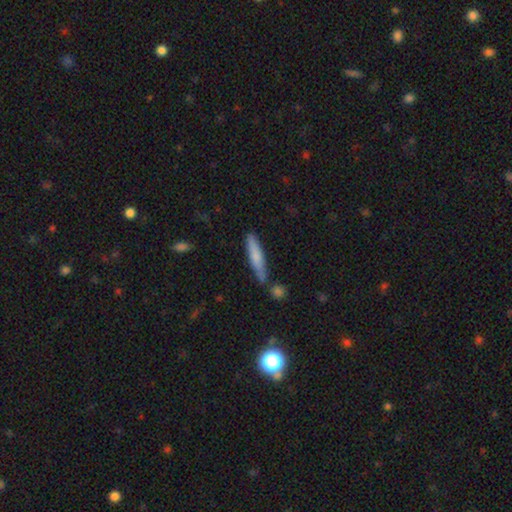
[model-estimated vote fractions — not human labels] smooth 69%, featured or disk 25%, star or artifact 6%. Down the decision tree: how rounded — cigar-shaped (88%); merging — none (73%).